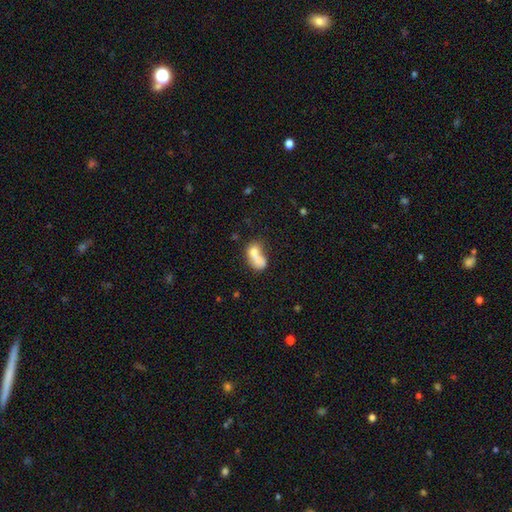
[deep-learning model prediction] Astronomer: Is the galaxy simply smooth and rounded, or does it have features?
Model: smooth — 69%.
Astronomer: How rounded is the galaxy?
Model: in between — 74%.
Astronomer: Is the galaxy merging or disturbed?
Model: merger — 56%.